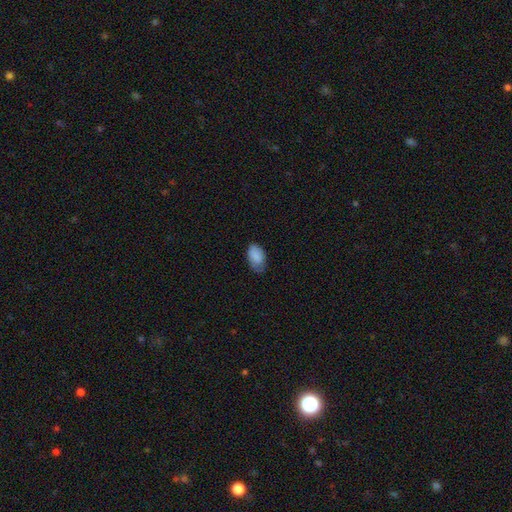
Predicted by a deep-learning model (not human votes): smooth-or-featured: smooth: 85% | featured or disk: 8% | star or artifact: 7%
  how-rounded: in between: 93% | round: 5% | cigar-shaped: 1%
  merging: none: 63% | minor disturbance: 30% | major disturbance: 6% | merger: 1%